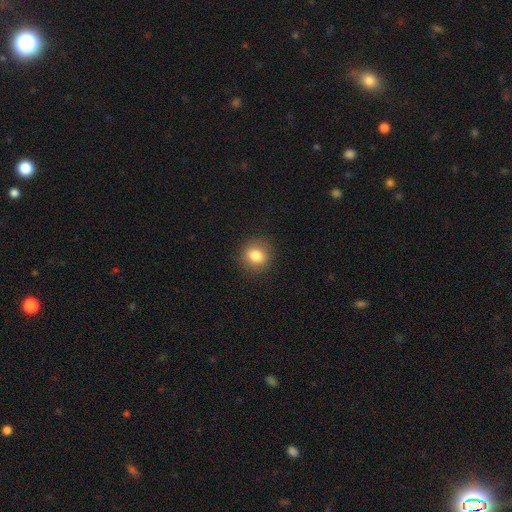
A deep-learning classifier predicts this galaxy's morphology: smooth-or-featured: smooth: 82% | star or artifact: 10% | featured or disk: 8%
  how-rounded: round: 79% | in between: 20% | cigar-shaped: 1%
  merging: none: 89% | minor disturbance: 8% | major disturbance: 3% | merger: 1%